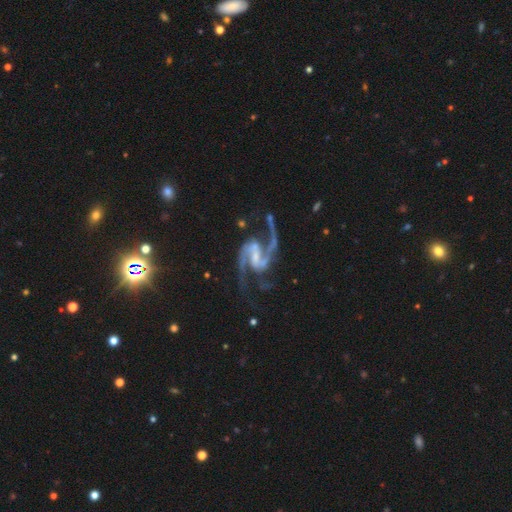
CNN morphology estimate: Smooth or featured?
  - featured or disk: 94% *
  - star or artifact: 4%
  - smooth: 2%
Edge-on disk?
  - no: 98% *
  - yes: 2%
Bar?
  - weak: 47% *
  - strong: 33%
  - no: 20%
Spiral arms?
  - yes: 98% *
  - no: 2%
Spiral winding?
  - medium: 49% *
  - loose: 43%
  - tight: 8%
Spiral arm count?
  - 2: 92% *
  - 3: 2%
  - can't tell: 2%
  - 1: 1%
  - 4: 1%
  - more than 4: 1%
Bulge size?
  - small: 48% *
  - moderate: 24%
  - none: 23%
  - large: 4%
  - dominant: 1%
Merging?
  - none: 63% *
  - minor disturbance: 17%
  - major disturbance: 15%
  - merger: 5%